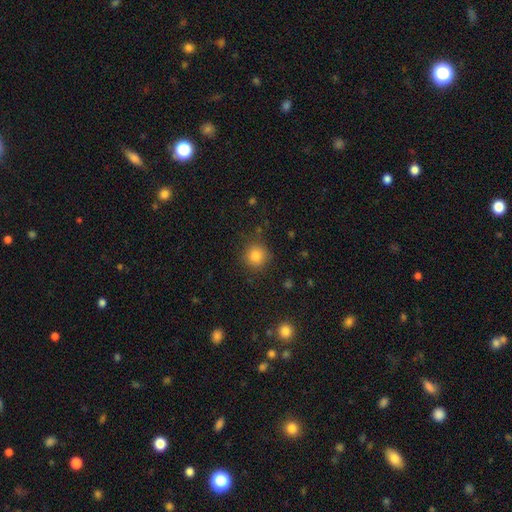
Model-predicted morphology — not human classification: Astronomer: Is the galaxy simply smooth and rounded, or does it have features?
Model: smooth — 83%.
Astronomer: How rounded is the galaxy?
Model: round — 93%.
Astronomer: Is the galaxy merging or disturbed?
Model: none — 85%.